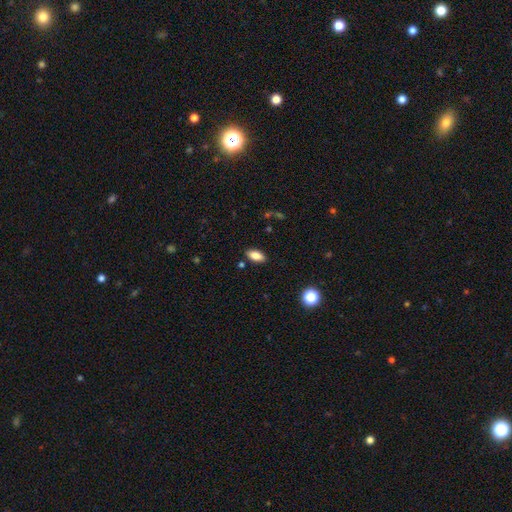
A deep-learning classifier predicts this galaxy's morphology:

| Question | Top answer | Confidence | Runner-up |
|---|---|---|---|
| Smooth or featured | smooth | 83% | star or artifact (8%) |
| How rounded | in between | 89% | cigar-shaped (7%) |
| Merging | none | 87% | minor disturbance (9%) |